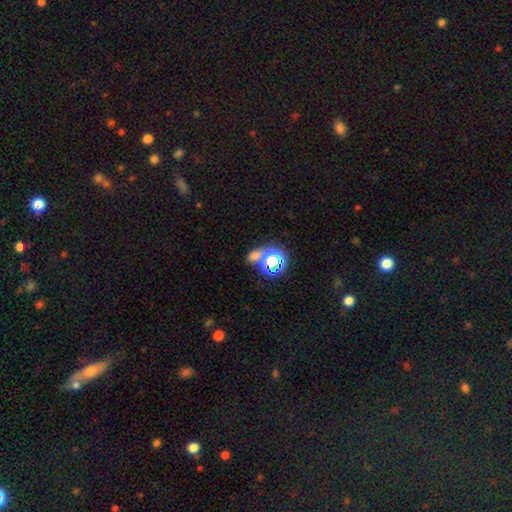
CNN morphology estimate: star or artifact 47%, smooth 43%, featured or disk 10%.